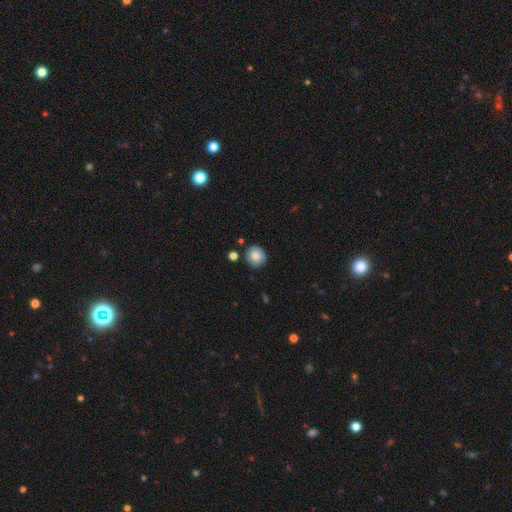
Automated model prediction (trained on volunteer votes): A smooth galaxy with no disk features (81%) that is round (89%).

Vote fractions:
- Smooth or featured? smooth: 81% / featured or disk: 11% / star or artifact: 9%
- How rounded? round: 89% / in between: 10% / cigar-shaped: 1%
- Merging? none: 83% / minor disturbance: 10% / merger: 4% / major disturbance: 2%